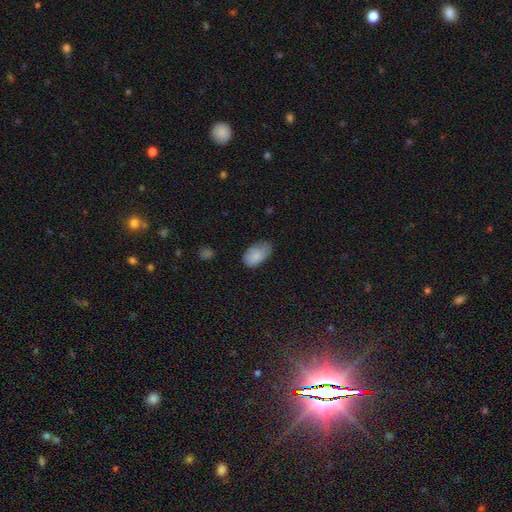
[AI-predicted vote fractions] A smooth galaxy with no disk features (82%) that is in between round and cigar-shaped (93%). Merging: none (49%).